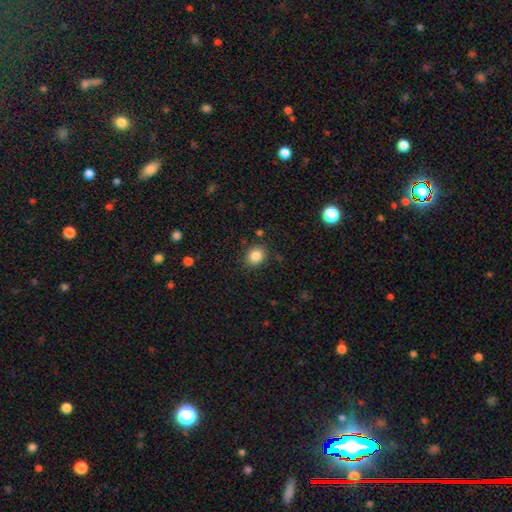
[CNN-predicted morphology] smooth_or_featured: smooth (p=0.86) [alt: star or artifact p=0.10]
how_rounded: round (p=0.59) [alt: in between p=0.40]
merging: none (p=0.85) [alt: minor disturbance p=0.10]